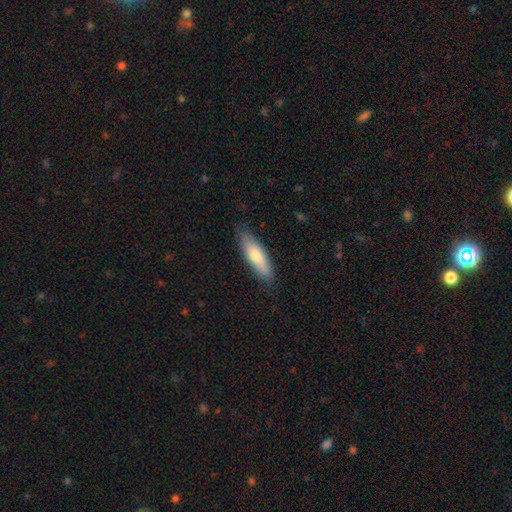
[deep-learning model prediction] A smooth galaxy with no disk features (71%) that is cigar-shaped (62%). Merging: none (84%).